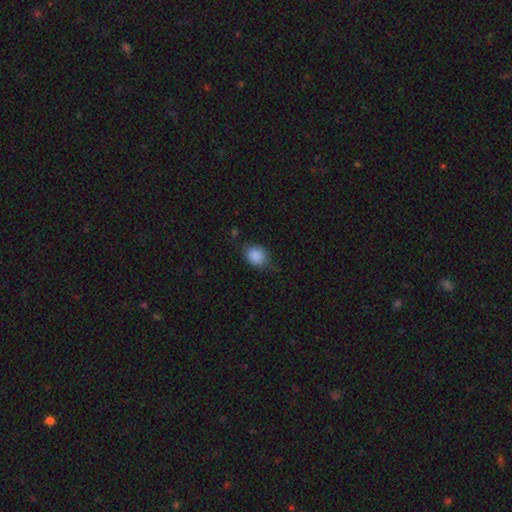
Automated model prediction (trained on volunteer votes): smooth-or-featured: smooth: 87% | star or artifact: 8% | featured or disk: 5%
  how-rounded: in between: 51% | round: 48% | cigar-shaped: 1%
  merging: none: 67% | minor disturbance: 25% | major disturbance: 6% | merger: 2%